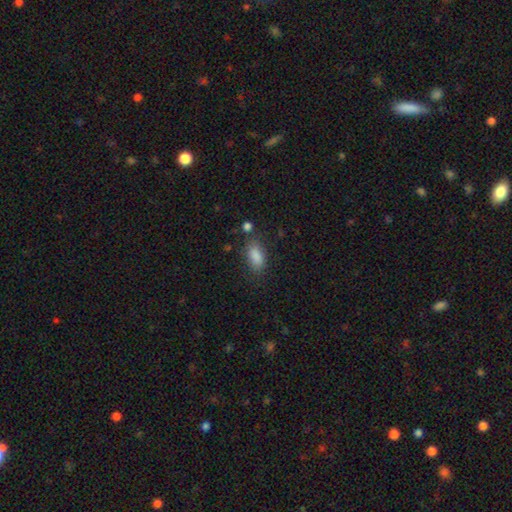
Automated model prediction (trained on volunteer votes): This is clearly a smooth galaxy (86%). How rounded: clearly in between (89%). Merging: likely none (76%).